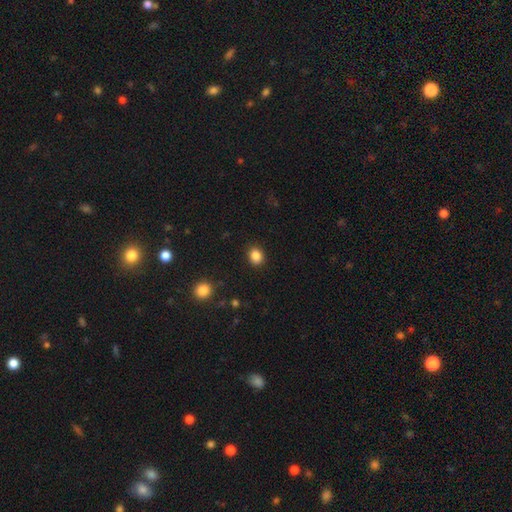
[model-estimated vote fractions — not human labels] A smooth galaxy with no disk features (86%) that is round (60%). Merging: none (90%).